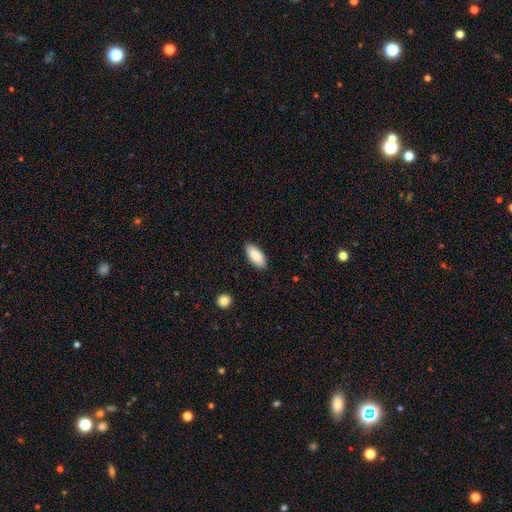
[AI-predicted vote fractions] This appears to be a smooth galaxy with no disk features (88%) that is in between round and cigar-shaped (88%). Merging: none (87%).